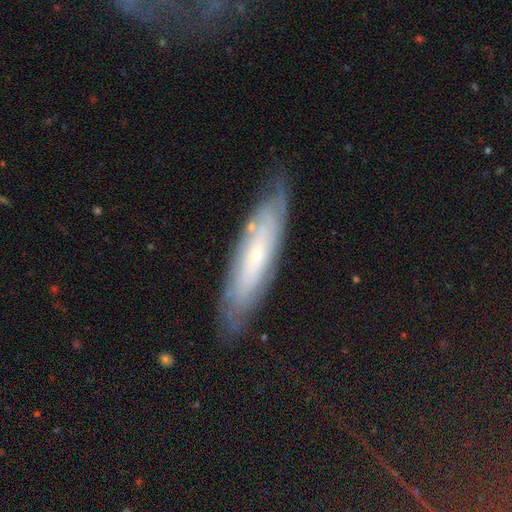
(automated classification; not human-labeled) The model was most divided on "edge-on disk": no: 66%, yes: 34%. More confident: merging — none (76%); smooth or featured — featured or disk (66%).